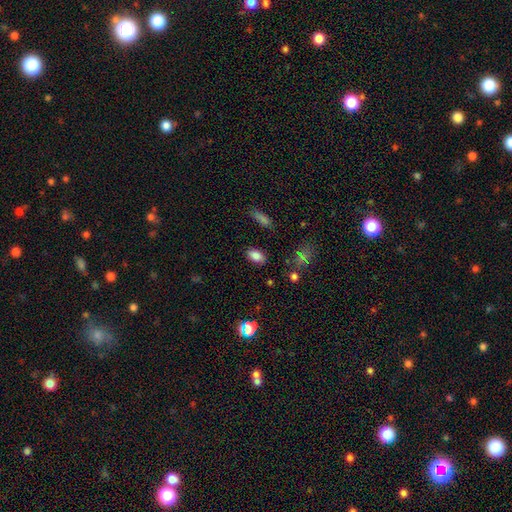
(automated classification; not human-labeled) This is clearly a smooth galaxy (82%). How rounded: clearly in between (88%). Merging: clearly none (86%).